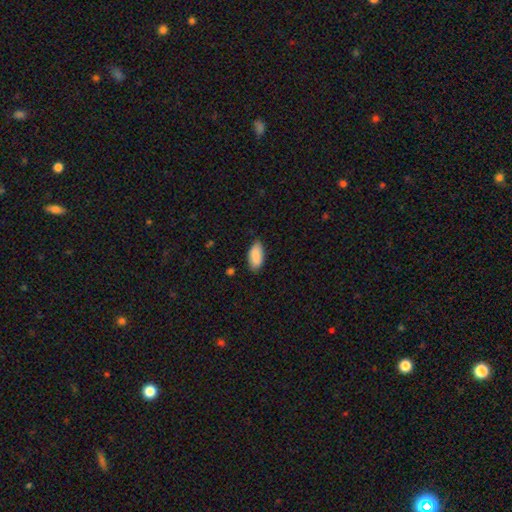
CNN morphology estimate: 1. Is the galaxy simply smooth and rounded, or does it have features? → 88% smooth, 6% star or artifact, 6% featured or disk.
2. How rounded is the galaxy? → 92% in between, 6% cigar-shaped, 2% round.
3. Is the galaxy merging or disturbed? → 81% none, 16% minor disturbance, 2% major disturbance, 1% merger.